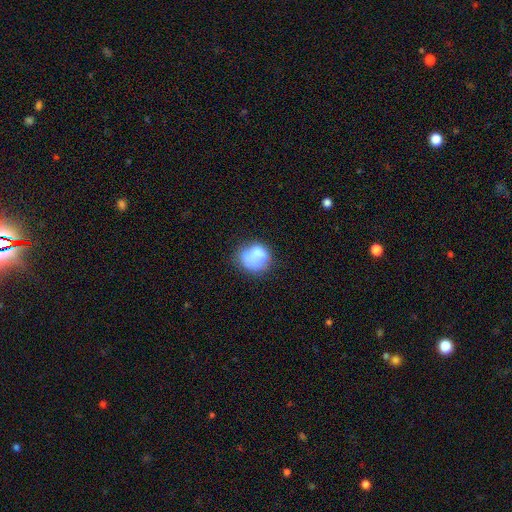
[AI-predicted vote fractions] Smooth or featured? Predicted: smooth (p=0.67). How rounded? Predicted: round (p=0.71). Merging? Predicted: none (p=0.44).